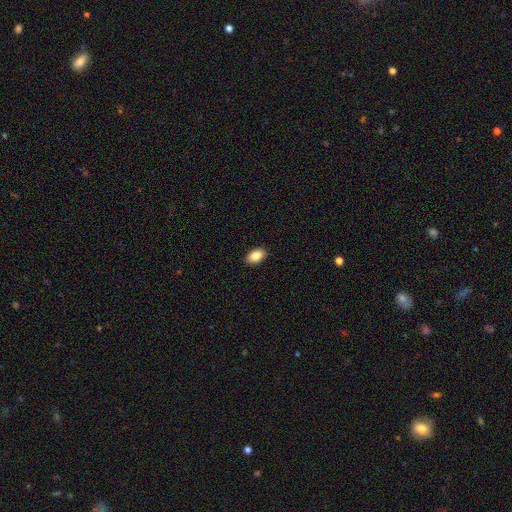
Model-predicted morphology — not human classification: Smooth or featured: smooth — 88% (star or artifact — 7%)
How rounded: in between — 91% (round — 7%)
Merging: none — 90% (minor disturbance — 7%)